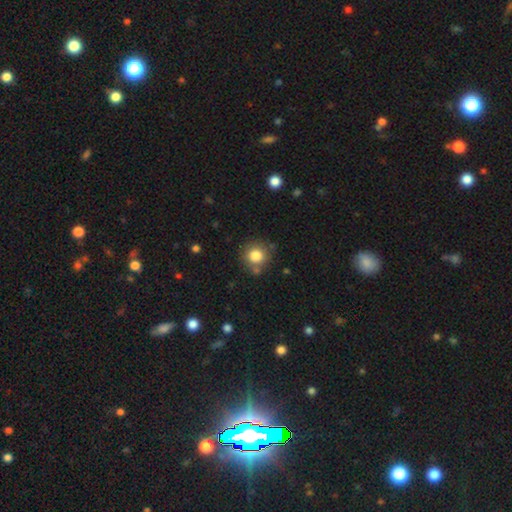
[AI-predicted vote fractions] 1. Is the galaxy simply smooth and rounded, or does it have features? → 82% smooth, 10% star or artifact, 7% featured or disk.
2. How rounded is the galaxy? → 90% round, 9% in between, 1% cigar-shaped.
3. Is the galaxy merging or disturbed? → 77% none, 12% minor disturbance, 8% merger, 4% major disturbance.